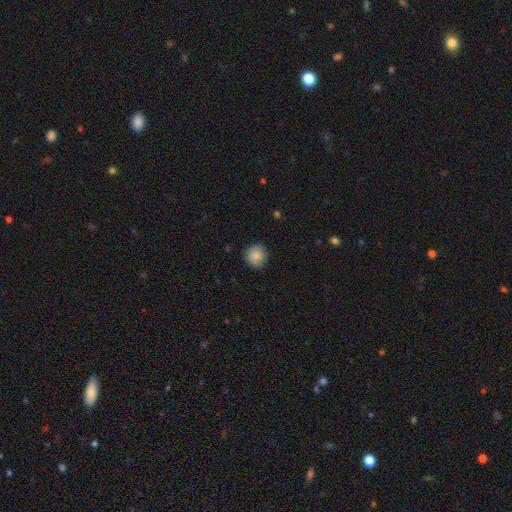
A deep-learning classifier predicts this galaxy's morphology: Q: Smooth or featured?
A: smooth (85%); runner-up: star or artifact (8%)
Q: How rounded?
A: round (92%); runner-up: in between (7%)
Q: Merging?
A: none (84%); runner-up: minor disturbance (13%)